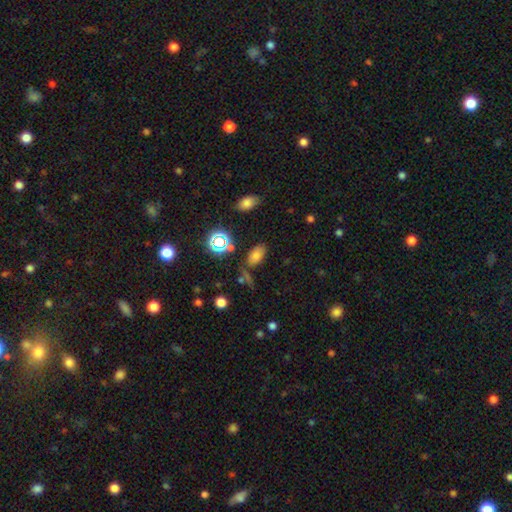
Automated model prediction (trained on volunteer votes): Morphology: type=smooth (70%); roundness=in between (90%); merging=none (69%).